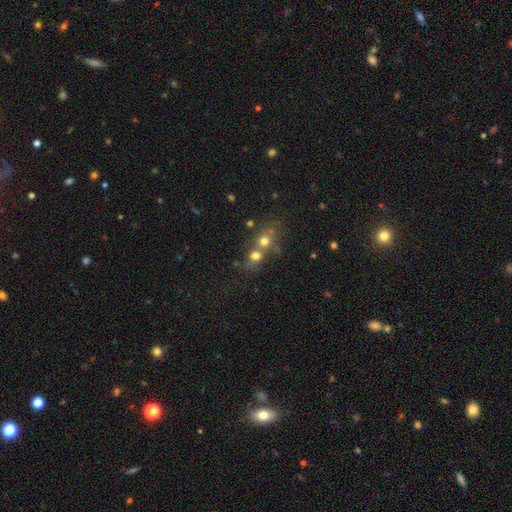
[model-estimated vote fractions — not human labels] A smooth galaxy with no disk features (66%) that is round (79%). Merging: merger (53%).